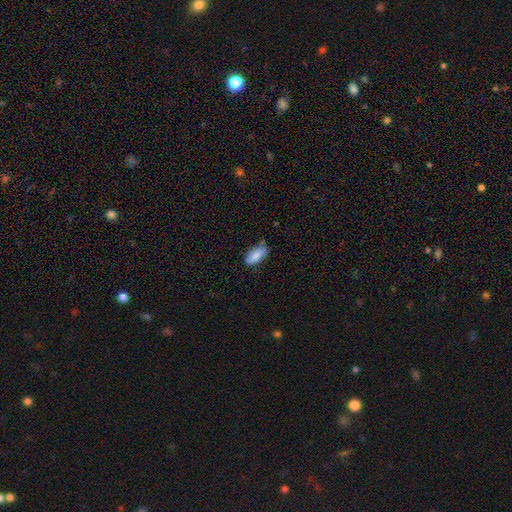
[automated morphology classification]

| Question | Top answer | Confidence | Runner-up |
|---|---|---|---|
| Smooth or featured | smooth | 82% | featured or disk (12%) |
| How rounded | in between | 89% | cigar-shaped (8%) |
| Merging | none | 65% | minor disturbance (26%) |